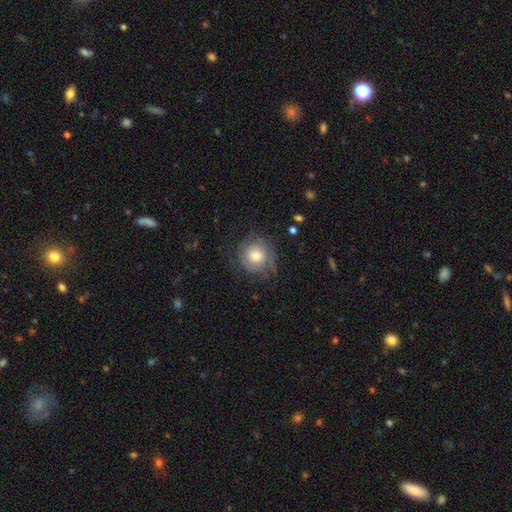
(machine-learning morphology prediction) Overall: smooth (54%; featured or disk 38%). How rounded: round (88%). Merging: none (65%).